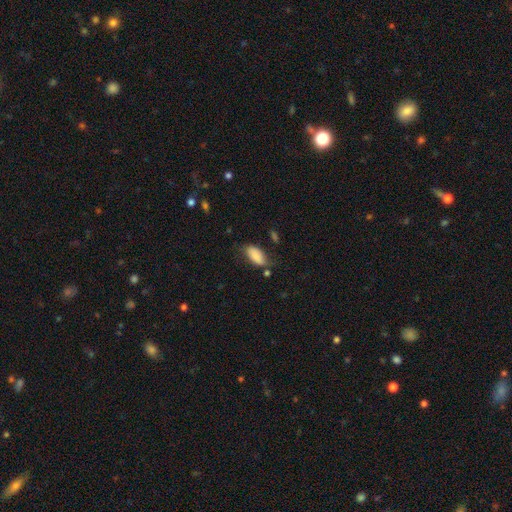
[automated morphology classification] A smooth galaxy with no disk features (84%) that is in between round and cigar-shaped (92%).

Vote fractions:
- Smooth or featured? smooth: 84% / featured or disk: 9% / star or artifact: 7%
- How rounded? in between: 92% / cigar-shaped: 5% / round: 3%
- Merging? none: 59% / minor disturbance: 27% / major disturbance: 9% / merger: 5%